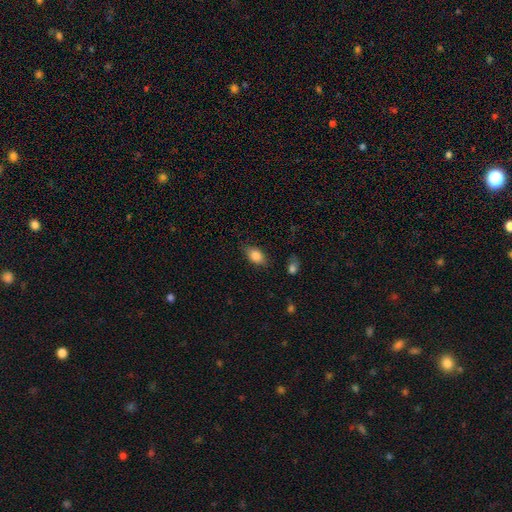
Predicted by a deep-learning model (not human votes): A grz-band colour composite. It shows a smooth galaxy with no disk features (83%) that is in between round and cigar-shaped (87%). Merging: none (79%).